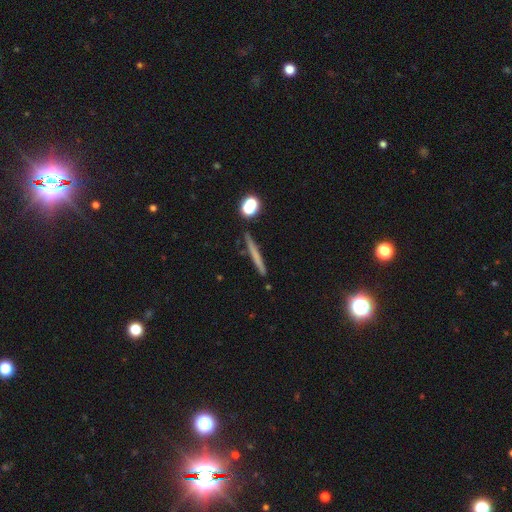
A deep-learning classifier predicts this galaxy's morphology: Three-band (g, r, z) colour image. It shows a smooth galaxy with no disk features (57%) that is cigar-shaped (93%). Merging: none (87%).